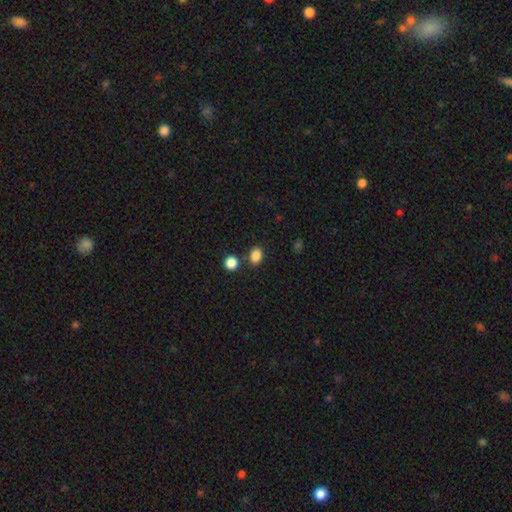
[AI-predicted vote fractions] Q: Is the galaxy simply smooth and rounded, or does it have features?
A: smooth — 85%.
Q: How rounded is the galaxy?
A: in between — 60%.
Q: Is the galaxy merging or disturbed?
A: none — 76%.